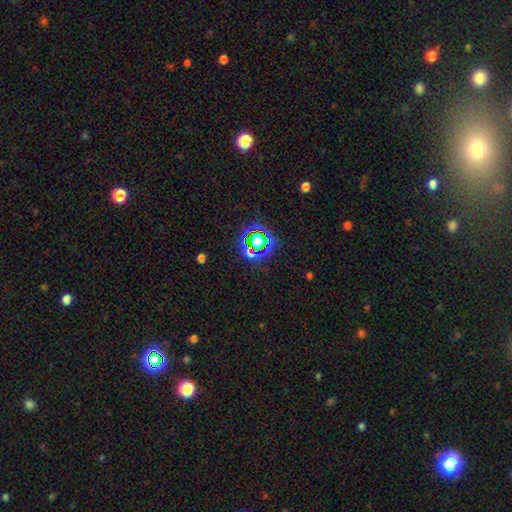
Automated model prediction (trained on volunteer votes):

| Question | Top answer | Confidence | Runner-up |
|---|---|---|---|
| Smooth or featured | star or artifact | 78% | smooth (14%) |